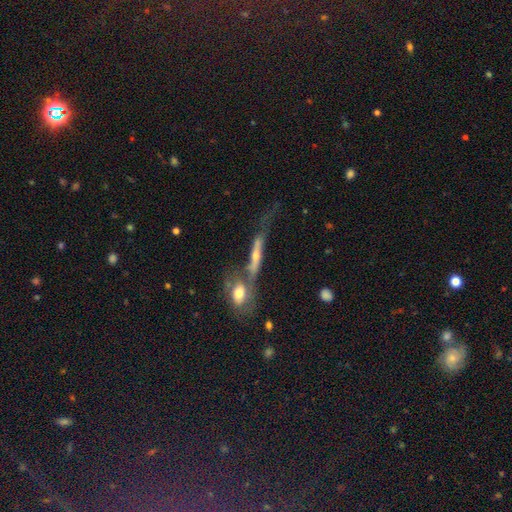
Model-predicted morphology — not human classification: Overall: featured or disk (57%; smooth 30%). Edge-on disk: yes (64%; no 36%). Merging: merger (43%; none 30%).